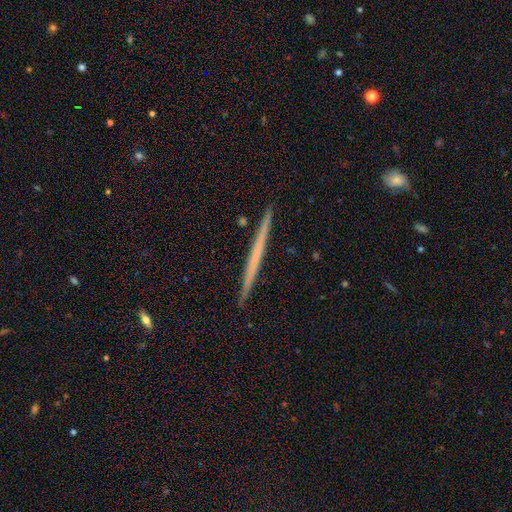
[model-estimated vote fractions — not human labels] Smooth or featured? featured or disk (54%)
Edge-on disk? yes (98%)
Edge-on bulge? none (93%)
Merging? none (93%)